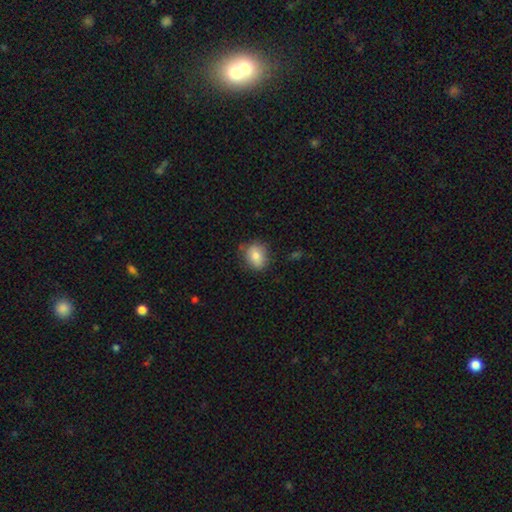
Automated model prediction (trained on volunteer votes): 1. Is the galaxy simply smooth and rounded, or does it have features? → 80% smooth, 11% featured or disk, 9% star or artifact.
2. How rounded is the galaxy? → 56% round, 43% in between, 1% cigar-shaped.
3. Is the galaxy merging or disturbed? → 73% none, 20% minor disturbance, 5% major disturbance, 2% merger.